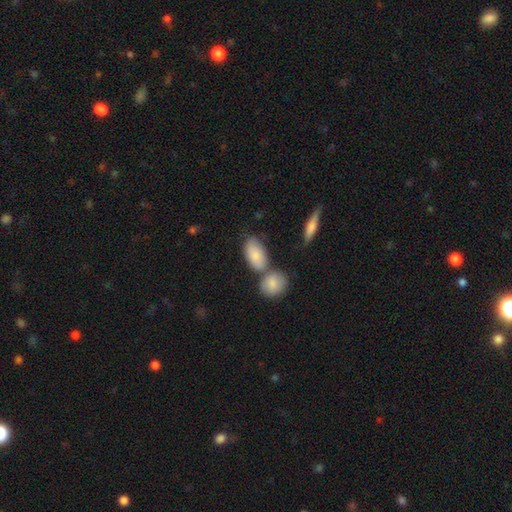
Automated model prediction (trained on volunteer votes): smooth 82%, featured or disk 12%, star or artifact 6%. Down the decision tree: how rounded — in between (91%); merging — none (50%).